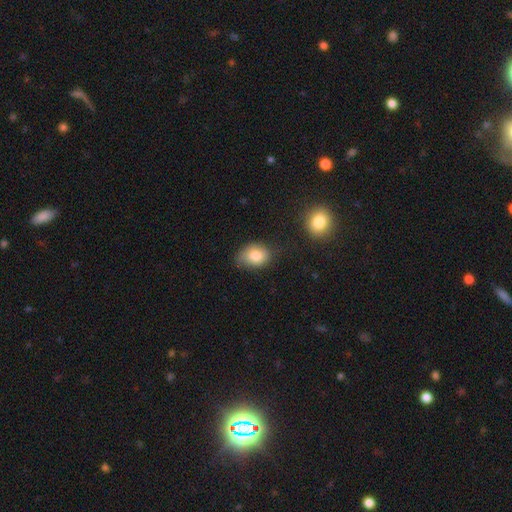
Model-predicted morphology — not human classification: smooth_or_featured: smooth (p=0.82) [alt: star or artifact p=0.09]
how_rounded: in between (p=0.70) [alt: round p=0.29]
merging: none (p=0.65) [alt: minor disturbance p=0.26]